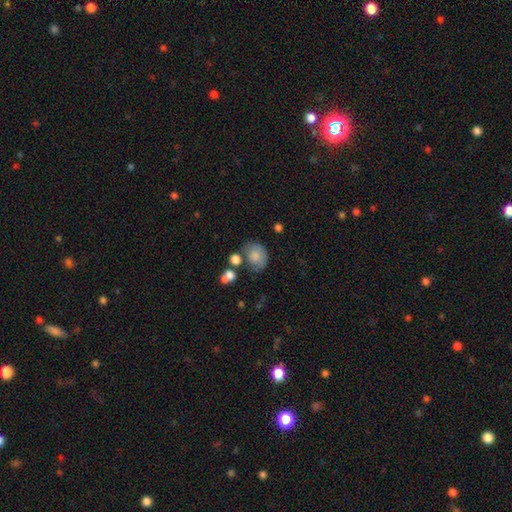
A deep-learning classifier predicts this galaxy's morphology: This is likely a smooth galaxy (77%). How rounded: possibly in between (56%). Merging: possibly none (51%).